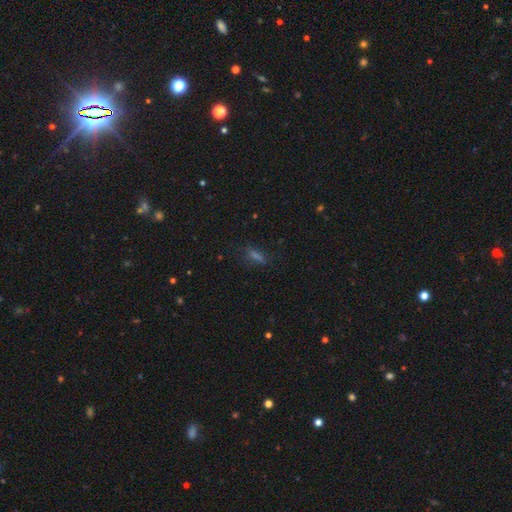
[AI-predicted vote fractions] Q: Smooth or featured?
A: smooth (58%); runner-up: star or artifact (27%)
Q: How rounded?
A: cigar-shaped (56%); runner-up: in between (38%)
Q: Merging?
A: none (76%); runner-up: minor disturbance (15%)